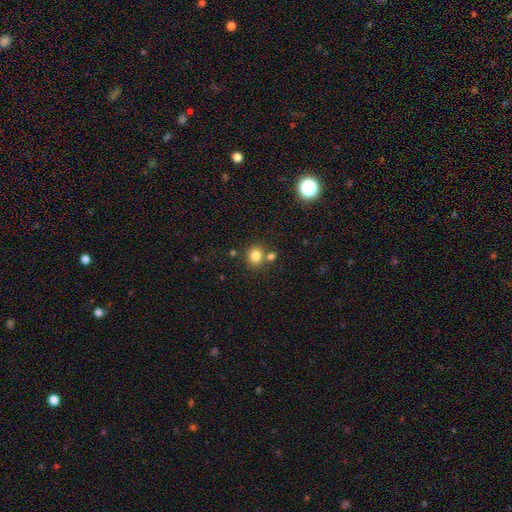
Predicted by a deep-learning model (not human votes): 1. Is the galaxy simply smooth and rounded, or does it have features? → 81% smooth, 13% star or artifact, 6% featured or disk.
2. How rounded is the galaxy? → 78% round, 21% in between, 1% cigar-shaped.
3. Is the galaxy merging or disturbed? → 68% none, 20% merger, 9% minor disturbance, 3% major disturbance.